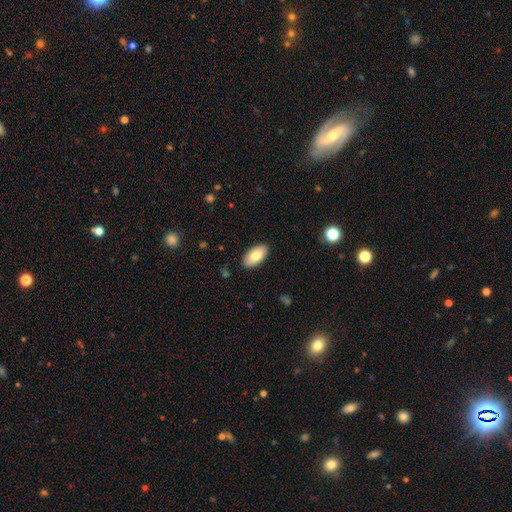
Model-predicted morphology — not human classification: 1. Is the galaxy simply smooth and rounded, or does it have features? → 81% smooth, 13% featured or disk, 6% star or artifact.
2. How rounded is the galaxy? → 95% in between, 3% cigar-shaped, 2% round.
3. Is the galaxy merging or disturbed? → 88% none, 9% minor disturbance, 2% major disturbance, 1% merger.